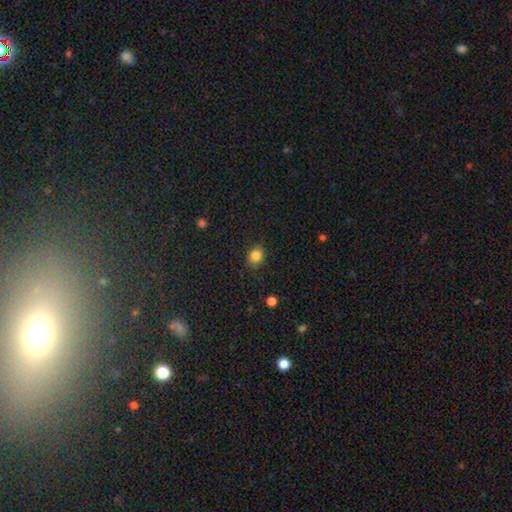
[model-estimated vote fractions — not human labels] Morphology: type=smooth (84%); roundness=round (71%); merging=none (85%).